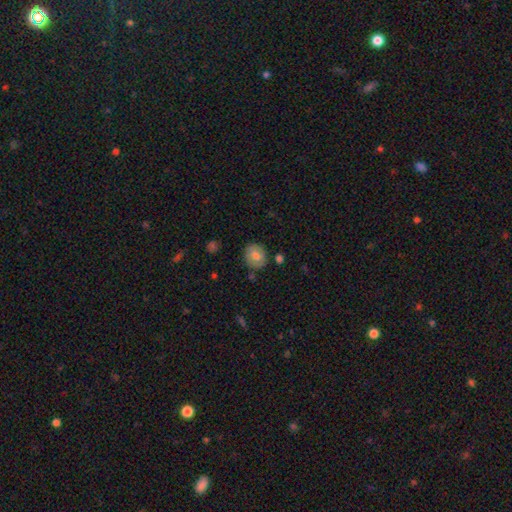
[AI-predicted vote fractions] Q: Smooth or featured?
A: smooth (73%); runner-up: featured or disk (19%)
Q: How rounded?
A: round (71%); runner-up: in between (28%)
Q: Merging?
A: none (81%); runner-up: minor disturbance (13%)